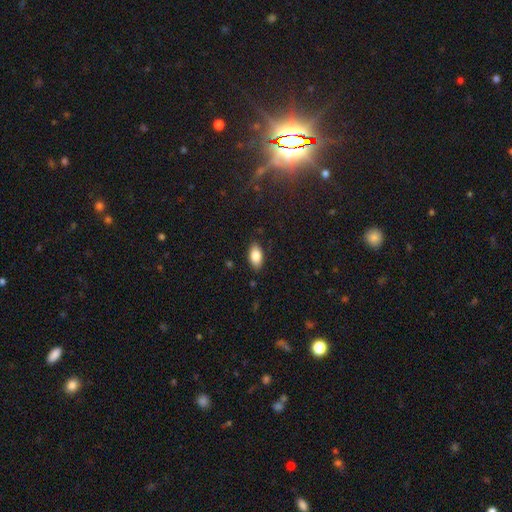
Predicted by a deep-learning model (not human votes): A smooth galaxy with no disk features (83%) that is in between round and cigar-shaped (92%).

Vote fractions:
- Smooth or featured? smooth: 83% / featured or disk: 9% / star or artifact: 7%
- How rounded? in between: 92% / cigar-shaped: 4% / round: 4%
- Merging? none: 85% / minor disturbance: 11% / major disturbance: 2% / merger: 1%